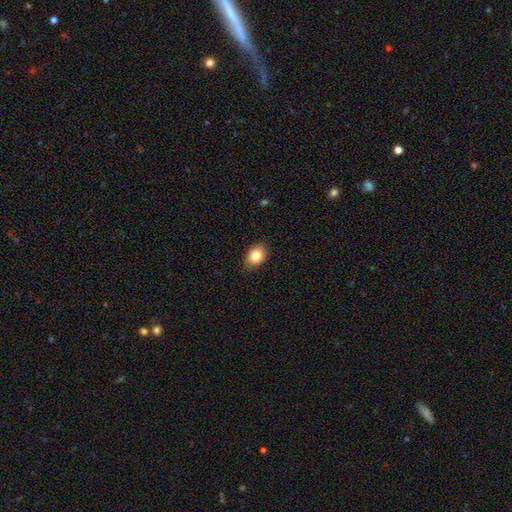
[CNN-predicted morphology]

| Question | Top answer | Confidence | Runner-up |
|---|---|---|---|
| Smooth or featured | smooth | 84% | star or artifact (9%) |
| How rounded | in between | 68% | round (31%) |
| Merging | none | 88% | minor disturbance (9%) |